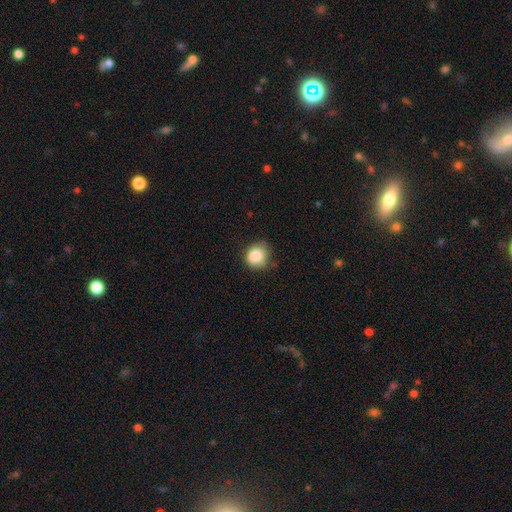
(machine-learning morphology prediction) Smooth or featured? Predicted: smooth (p=0.86). How rounded? Predicted: round (p=0.77). Merging? Predicted: none (p=0.61).